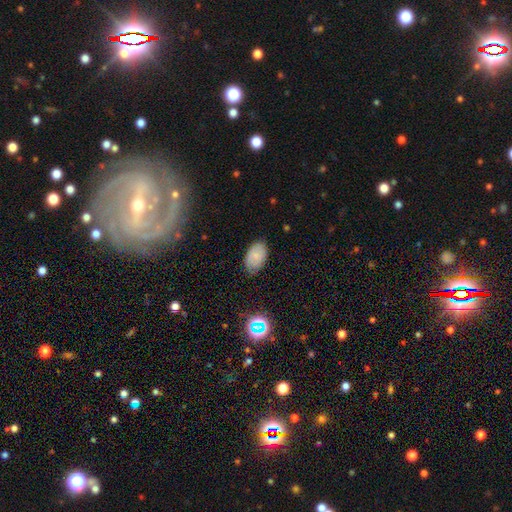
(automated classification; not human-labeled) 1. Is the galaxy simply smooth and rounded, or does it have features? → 67% smooth, 22% featured or disk, 10% star or artifact.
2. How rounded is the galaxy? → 91% in between, 7% round, 1% cigar-shaped.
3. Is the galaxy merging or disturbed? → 74% none, 20% minor disturbance, 4% major disturbance, 1% merger.